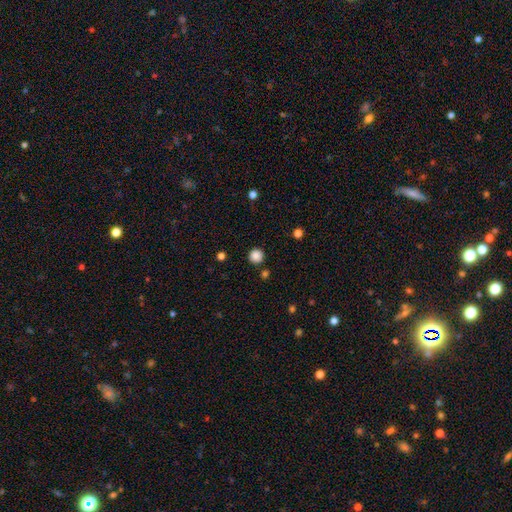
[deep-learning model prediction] smooth-or-featured: smooth: 85% | star or artifact: 11% | featured or disk: 4%
  how-rounded: round: 95% | in between: 4% | cigar-shaped: 1%
  merging: none: 88% | minor disturbance: 6% | merger: 4% | major disturbance: 2%